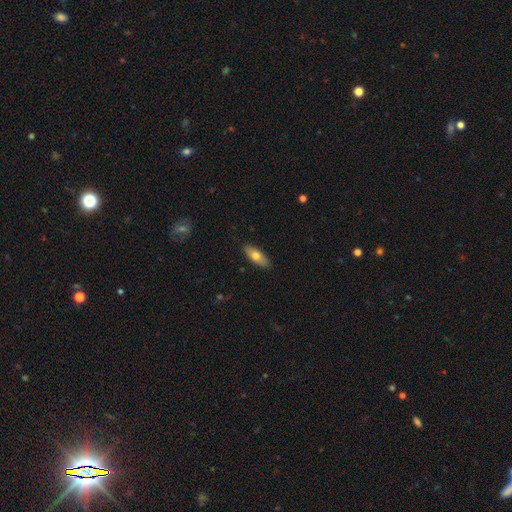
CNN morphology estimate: This is likely a smooth galaxy (67%). How rounded: likely in between (75%). Merging: clearly none (88%).